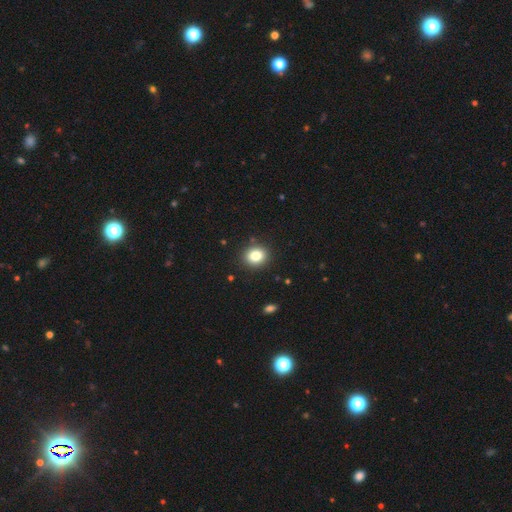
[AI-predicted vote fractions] smooth-or-featured: smooth: 83% | star or artifact: 11% | featured or disk: 6%
  how-rounded: round: 72% | in between: 28% | cigar-shaped: 1%
  merging: none: 89% | minor disturbance: 7% | major disturbance: 2% | merger: 2%